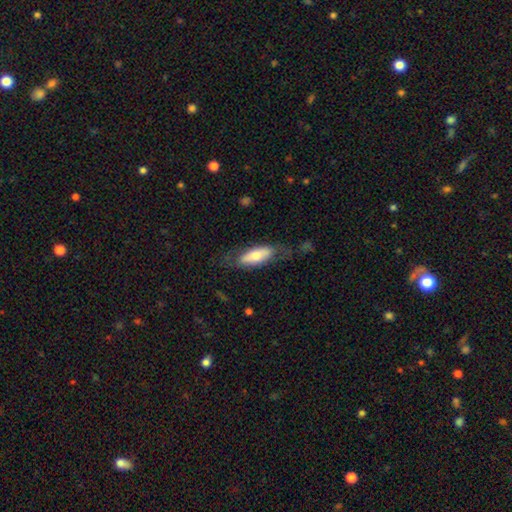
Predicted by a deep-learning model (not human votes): Smooth or featured?
  - smooth: 60% *
  - featured or disk: 35%
  - star or artifact: 6%
How rounded?
  - in between: 69% *
  - cigar-shaped: 29%
  - round: 2%
Merging?
  - none: 64% *
  - minor disturbance: 21%
  - major disturbance: 12%
  - merger: 2%